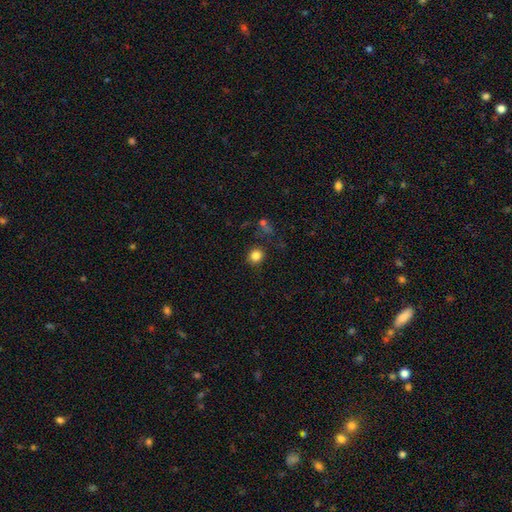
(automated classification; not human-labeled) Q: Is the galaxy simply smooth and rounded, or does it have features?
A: smooth — 83%.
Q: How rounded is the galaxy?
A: round — 87%.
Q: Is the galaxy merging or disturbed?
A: none — 84%.